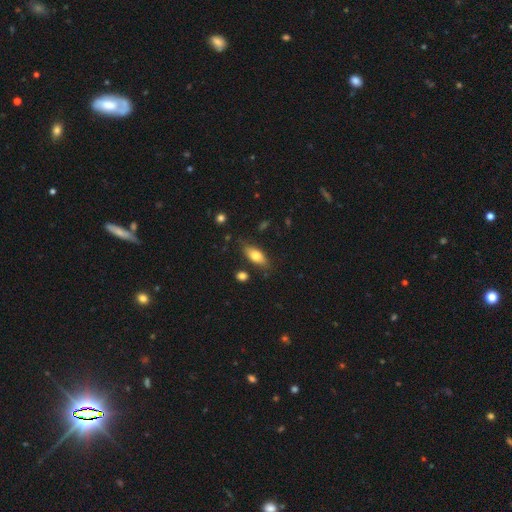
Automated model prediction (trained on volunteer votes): This is likely a smooth galaxy (74%). How rounded: clearly in between (80%). Merging: likely none (78%).